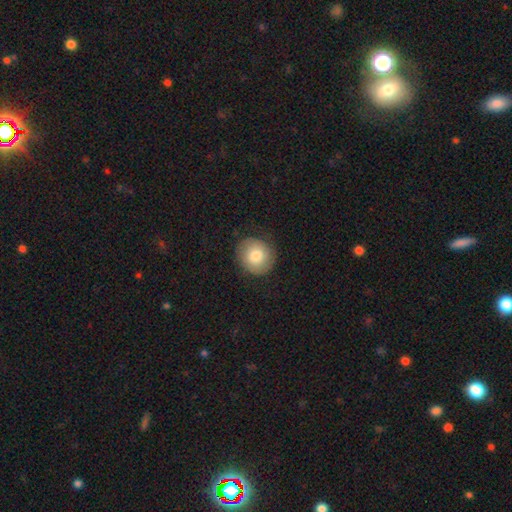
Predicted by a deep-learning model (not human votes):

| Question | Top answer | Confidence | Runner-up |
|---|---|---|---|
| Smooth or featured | smooth | 76% | featured or disk (17%) |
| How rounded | round | 88% | in between (11%) |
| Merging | none | 82% | minor disturbance (13%) |